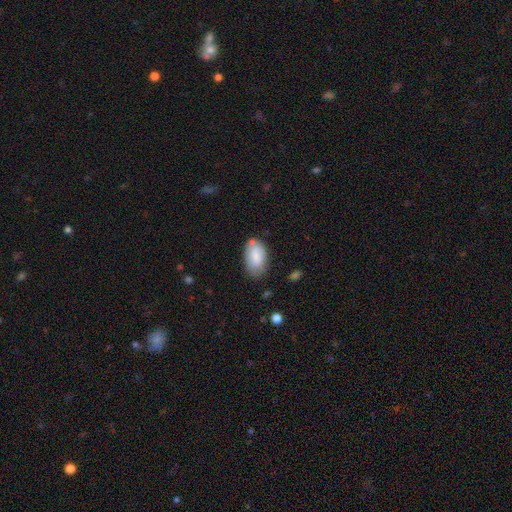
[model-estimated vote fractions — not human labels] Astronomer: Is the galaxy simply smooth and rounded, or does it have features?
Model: smooth — 81%.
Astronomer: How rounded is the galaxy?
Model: in between — 94%.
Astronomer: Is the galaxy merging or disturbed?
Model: none — 67%.